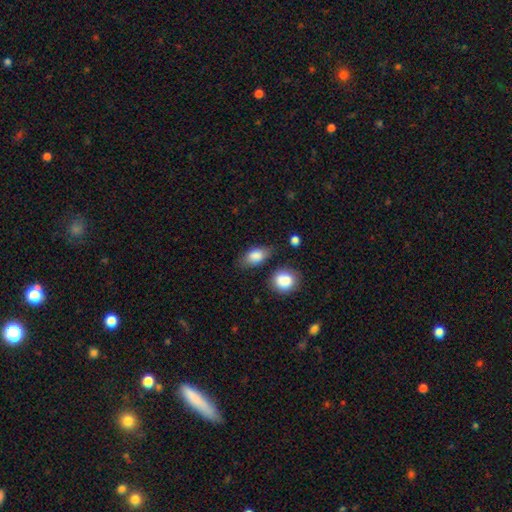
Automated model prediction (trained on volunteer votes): Morphology: type=smooth (84%); roundness=in between (85%); merging=none (71%).